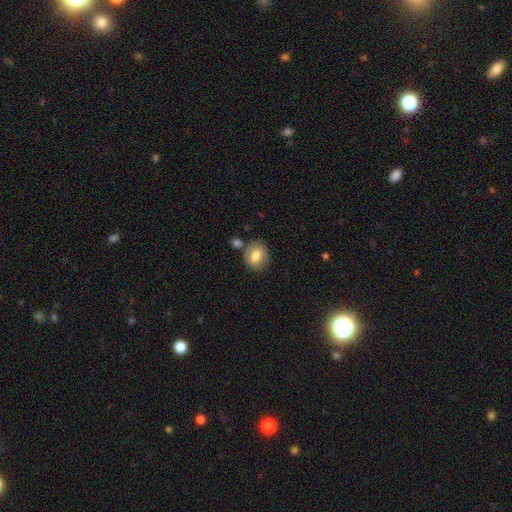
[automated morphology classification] This appears to be a smooth galaxy with no disk features (76%) that is round (53%). Merging: none (72%).